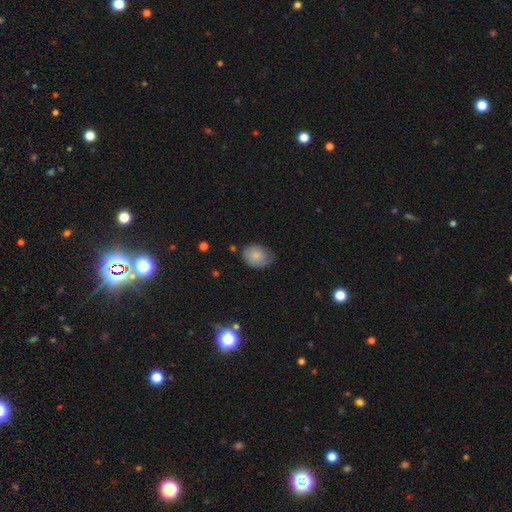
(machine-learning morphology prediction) The model was most divided on "merging": none: 58%, minor disturbance: 34%, major disturbance: 7%, merger: 2%. More confident: smooth or featured — smooth (78%); how rounded — in between (65%).